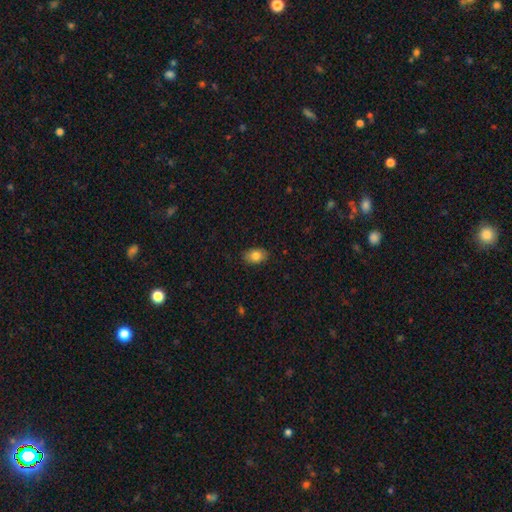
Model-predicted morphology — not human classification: Overall: smooth (83%). How rounded: in between (82%). Merging: none (87%).